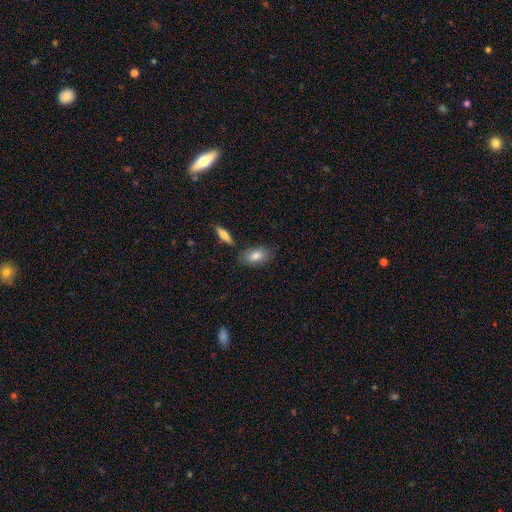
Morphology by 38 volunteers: A smooth galaxy with no disk features (82%) that is in between round and cigar-shaped (81%). Merging: none (89%).